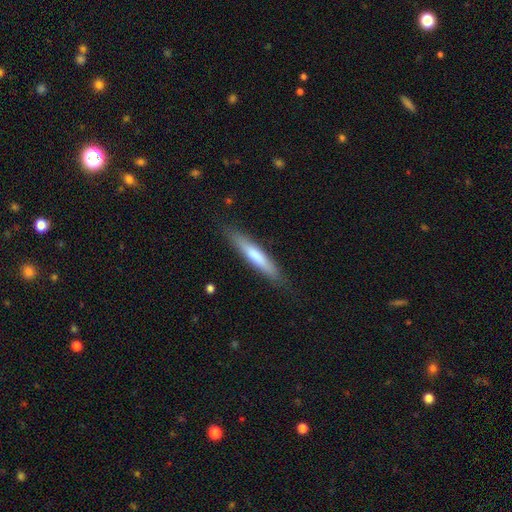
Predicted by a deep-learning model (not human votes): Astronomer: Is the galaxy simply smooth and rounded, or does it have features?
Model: smooth — 67%.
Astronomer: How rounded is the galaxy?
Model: cigar-shaped — 91%.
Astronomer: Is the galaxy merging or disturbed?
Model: none — 86%.